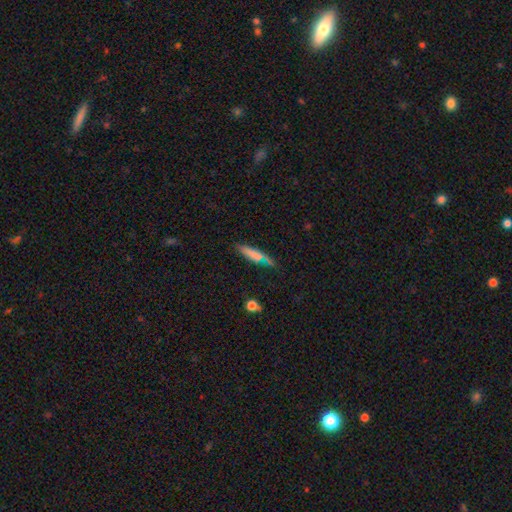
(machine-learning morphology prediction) Smooth or featured? Predicted: smooth (p=0.67). How rounded? Predicted: cigar-shaped (p=0.82). Merging? Predicted: none (p=0.67).